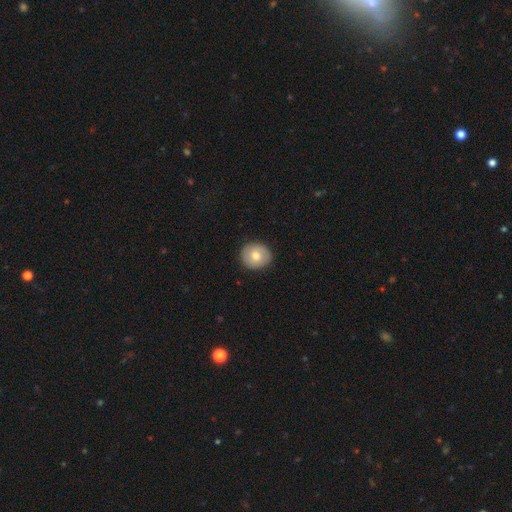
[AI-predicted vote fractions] The model was most divided on "smooth or featured": smooth: 72%, featured or disk: 21%, star or artifact: 7%. More confident: merging — none (89%); how rounded — round (83%).